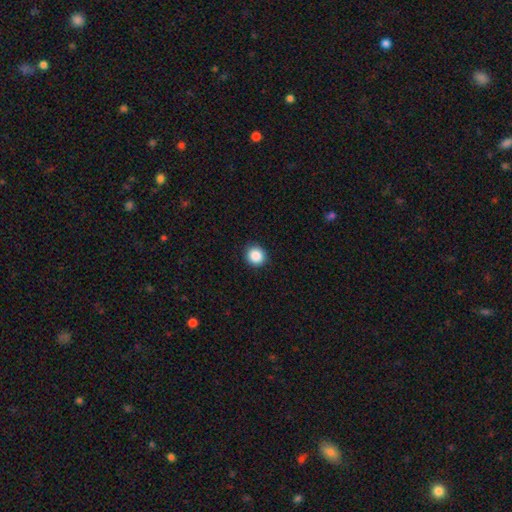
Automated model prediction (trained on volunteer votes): This is clearly a smooth galaxy (88%). How rounded: clearly round (91%). Merging: clearly none (92%).